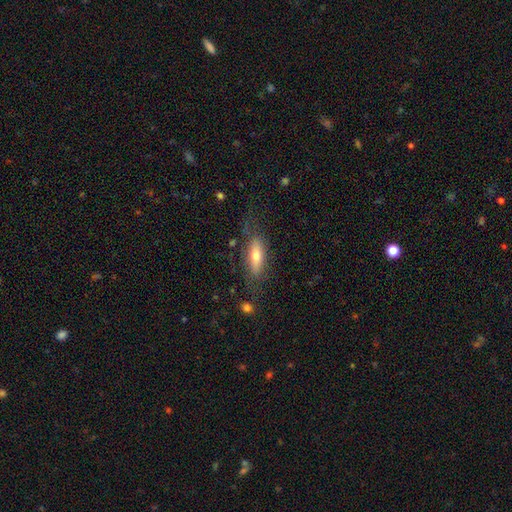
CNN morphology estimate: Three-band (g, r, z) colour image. It shows a smooth galaxy with no disk features (59%) that is in between round and cigar-shaped (61%). Merging: none (66%).